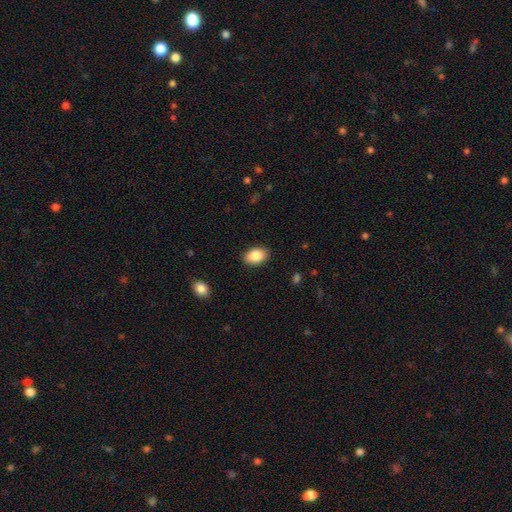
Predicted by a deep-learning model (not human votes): A smooth galaxy with no disk features (87%) that is in between round and cigar-shaped (85%). Merging: none (88%).